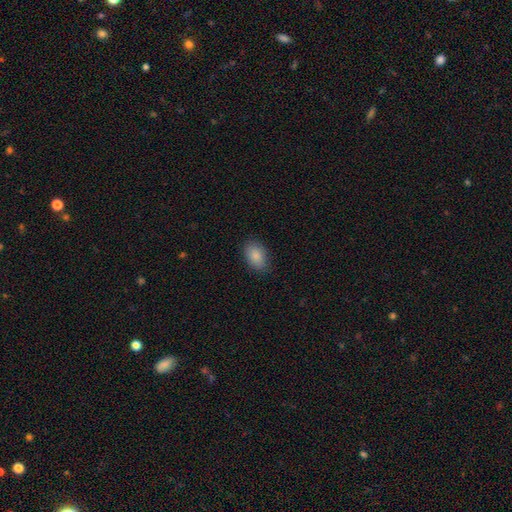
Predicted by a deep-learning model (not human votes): A smooth galaxy with no disk features (86%) that is in between round and cigar-shaped (89%).

Vote fractions:
- Smooth or featured? smooth: 86% / star or artifact: 7% / featured or disk: 7%
- How rounded? in between: 89% / round: 9% / cigar-shaped: 1%
- Merging? none: 84% / minor disturbance: 12% / major disturbance: 3% / merger: 1%